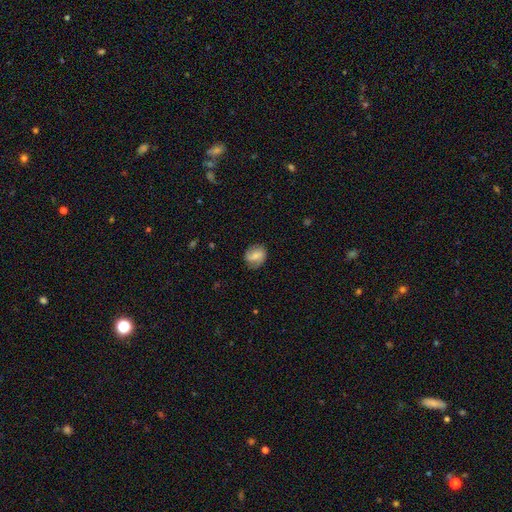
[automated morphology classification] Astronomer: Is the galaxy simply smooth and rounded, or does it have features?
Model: smooth — 52% (runner-up: featured or disk, 40%).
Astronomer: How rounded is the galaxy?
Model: round — 66%.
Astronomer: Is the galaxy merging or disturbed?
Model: none — 74%.